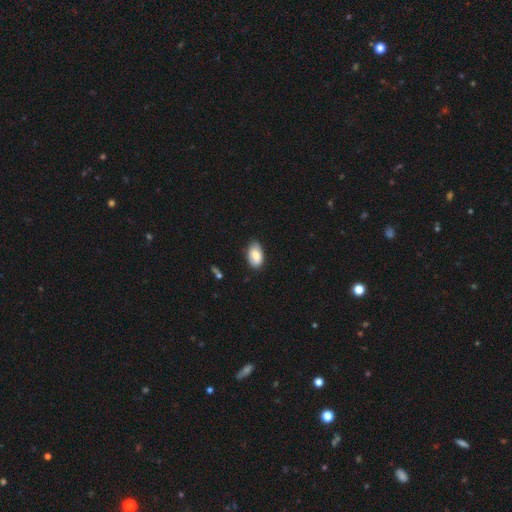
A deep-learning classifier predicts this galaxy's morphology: Smooth or featured? smooth (79%)
How rounded? in between (93%)
Merging? none (76%)